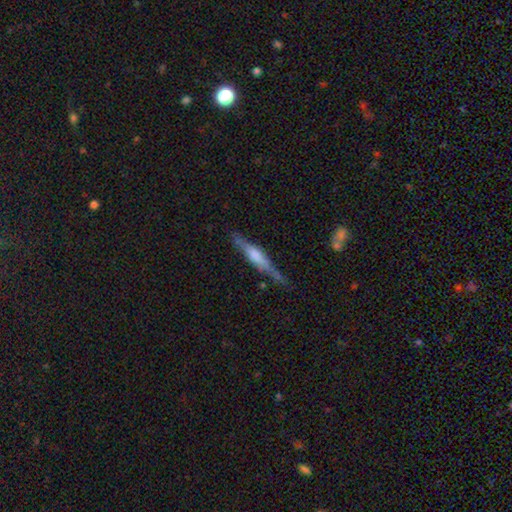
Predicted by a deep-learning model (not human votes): A featured or disk galaxy (61%) viewed edge-on (95%) with a rounded central bulge (53%). Merging: none (75%).